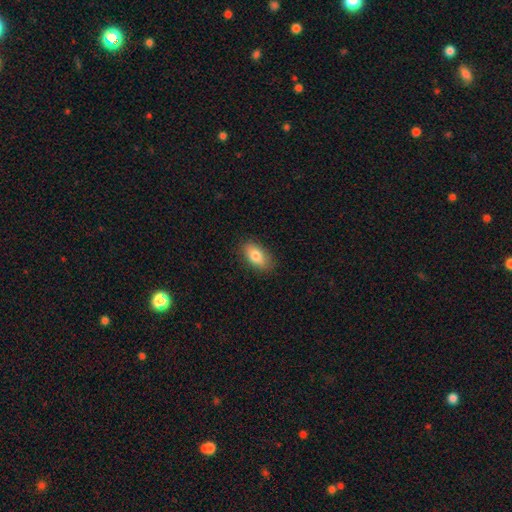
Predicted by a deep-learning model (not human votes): This is clearly a smooth galaxy (80%). How rounded: clearly in between (91%). Merging: clearly none (86%).